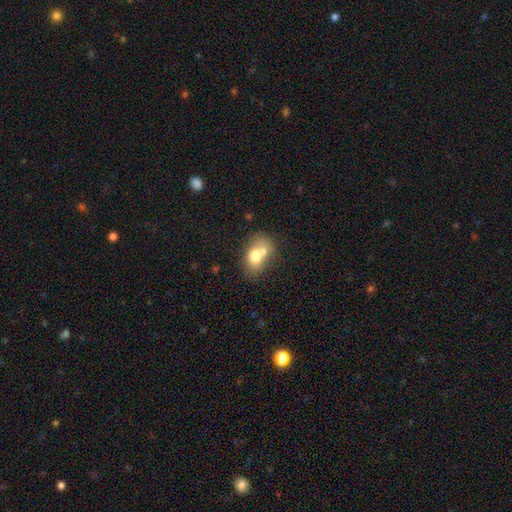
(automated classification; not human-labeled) smooth_or_featured: smooth (p=0.69) [alt: featured or disk p=0.23]
how_rounded: in between (p=0.68) [alt: round p=0.31]
merging: merger (p=0.56) [alt: none p=0.29]